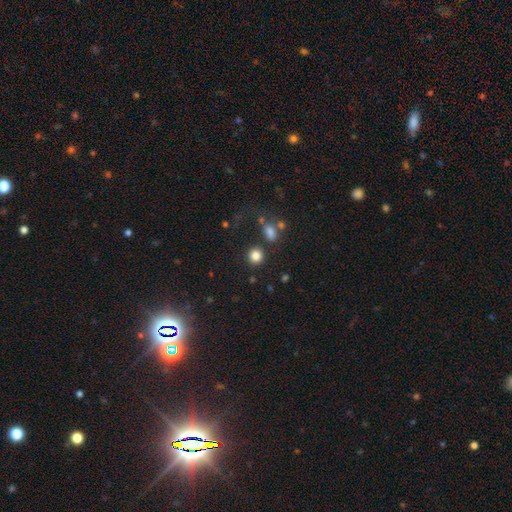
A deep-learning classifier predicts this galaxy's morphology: Smooth or featured? smooth (83%)
How rounded? round (89%)
Merging? none (83%)